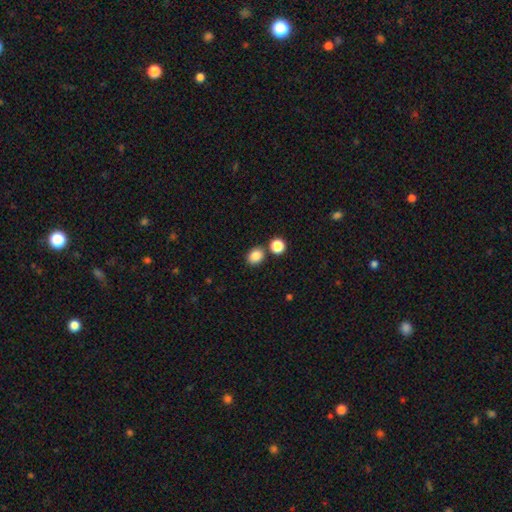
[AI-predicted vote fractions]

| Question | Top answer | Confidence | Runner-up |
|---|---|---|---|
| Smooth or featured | smooth | 85% | star or artifact (11%) |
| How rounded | round | 55% | in between (44%) |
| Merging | none | 75% | merger (12%) |